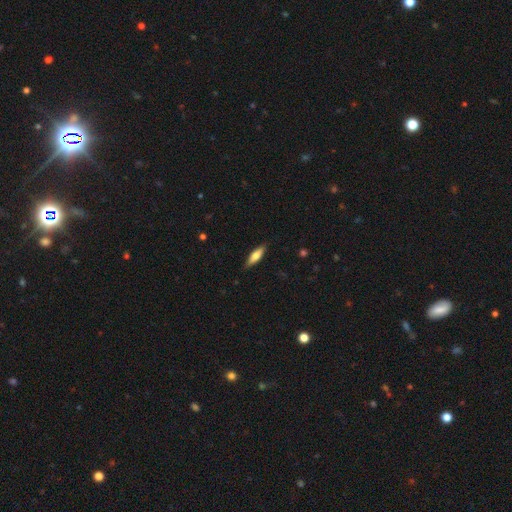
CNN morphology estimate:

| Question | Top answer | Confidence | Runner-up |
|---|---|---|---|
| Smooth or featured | smooth | 68% | featured or disk (26%) |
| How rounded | cigar-shaped | 59% | in between (39%) |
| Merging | none | 86% | minor disturbance (11%) |